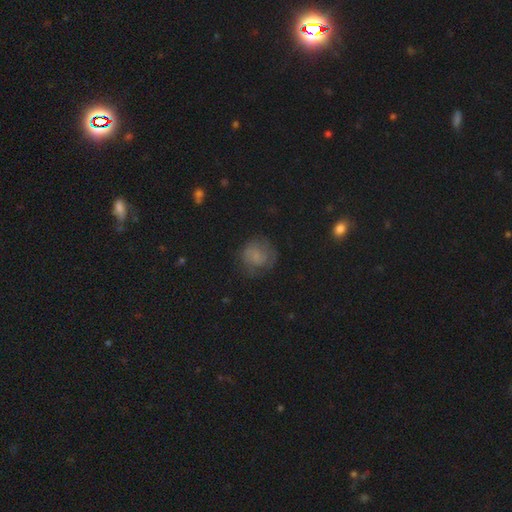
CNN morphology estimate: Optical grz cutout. It shows a smooth galaxy with no disk features (55%) that is round (82%). Merging: none (66%).